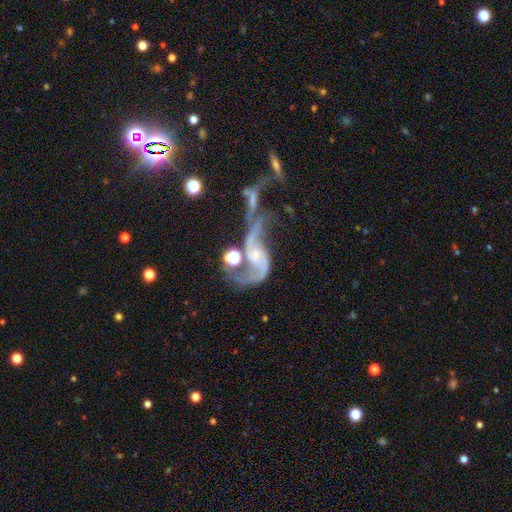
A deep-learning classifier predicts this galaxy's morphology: A featured or disk galaxy (81%) with no bar (61%), 2 (81%) loose (75%) spiral arms (88%) and a small central bulge (52%).

Vote fractions:
- Smooth or featured? featured or disk: 81% / smooth: 10% / star or artifact: 9%
- Edge-on disk? no: 96% / yes: 4%
- Bar? no: 61% / weak: 29% / strong: 10%
- Spiral arms? yes: 88% / no: 12%
- Spiral winding? loose: 75% / medium: 19% / tight: 5%
- Spiral arm count? 2: 81% / 1: 9% / can't tell: 5% / 3: 2% / 4: 1% / more than 4: 1%
- Bulge size? small: 52% / moderate: 28% / none: 15% / large: 3% / dominant: 2%
- Merging? merger: 43% / major disturbance: 29% / none: 17% / minor disturbance: 10%